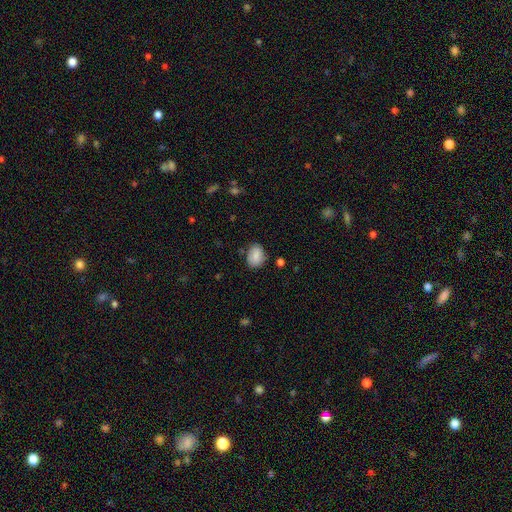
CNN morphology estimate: Smooth or featured: smooth — 82% (featured or disk — 10%)
How rounded: in between — 69% (round — 30%)
Merging: none — 75% (minor disturbance — 18%)